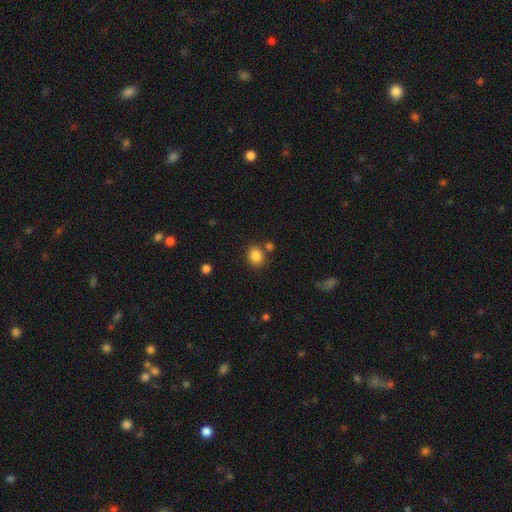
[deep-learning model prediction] Morphology: type=smooth (85%); roundness=round (67%); merging=none (75%).